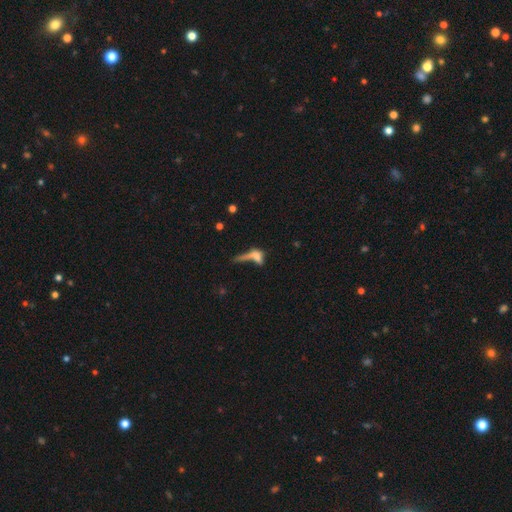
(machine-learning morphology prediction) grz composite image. It shows a smooth galaxy with no disk features (56%) that is in between round and cigar-shaped (49%). Merging: merger (33%).